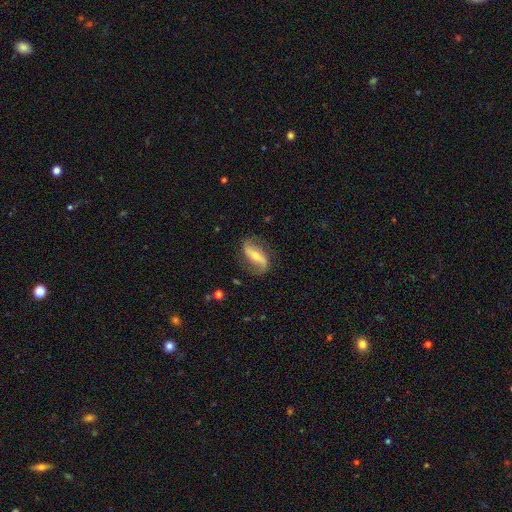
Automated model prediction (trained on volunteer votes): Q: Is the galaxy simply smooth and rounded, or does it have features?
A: featured or disk — 76%.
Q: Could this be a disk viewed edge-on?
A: no — 89%.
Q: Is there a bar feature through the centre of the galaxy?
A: strong — 48%.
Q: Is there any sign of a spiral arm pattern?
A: yes — 90%.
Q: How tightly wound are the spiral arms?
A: loose — 69%.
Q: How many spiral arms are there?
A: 2 — 87%.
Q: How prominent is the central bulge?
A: moderate — 47%.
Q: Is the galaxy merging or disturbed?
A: none — 74%.